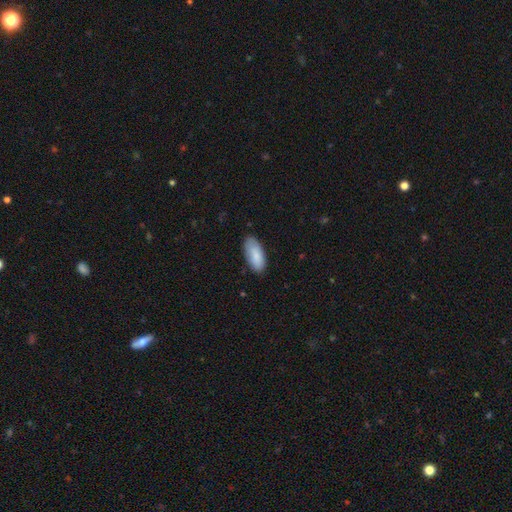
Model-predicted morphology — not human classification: Smooth or featured?
  - smooth: 87% *
  - featured or disk: 7%
  - star or artifact: 6%
How rounded?
  - in between: 87% *
  - cigar-shaped: 12%
  - round: 2%
Merging?
  - none: 81% *
  - minor disturbance: 15%
  - major disturbance: 2%
  - merger: 1%